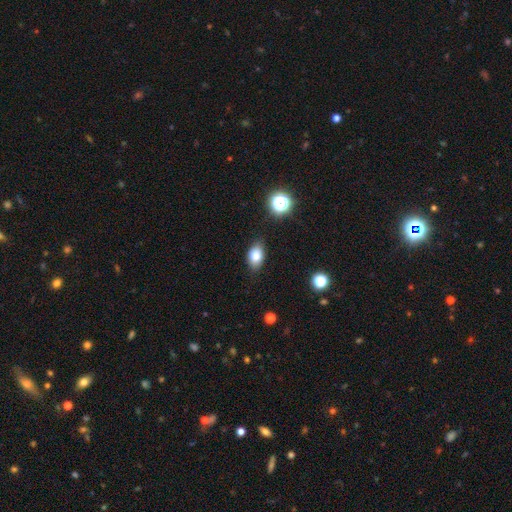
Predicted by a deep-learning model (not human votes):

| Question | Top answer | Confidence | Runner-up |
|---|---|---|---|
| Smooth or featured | smooth | 80% | star or artifact (10%) |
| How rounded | in between | 86% | round (12%) |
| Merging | none | 83% | minor disturbance (12%) |